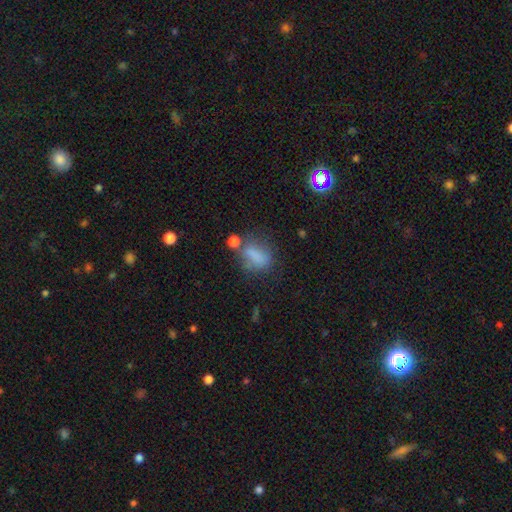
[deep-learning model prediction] Q: Smooth or featured?
A: smooth (72%); runner-up: featured or disk (14%)
Q: How rounded?
A: in between (67%); runner-up: round (23%)
Q: Merging?
A: none (47%); runner-up: minor disturbance (23%)